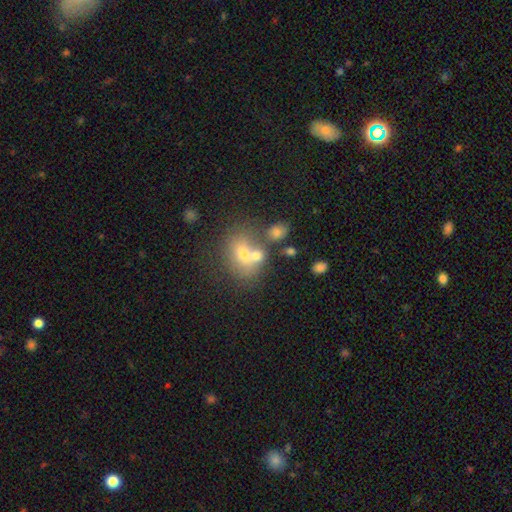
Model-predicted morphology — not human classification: Smooth or featured: smooth — 64% (featured or disk — 23%)
How rounded: in between — 50% (round — 49%)
Merging: merger — 51% (none — 33%)